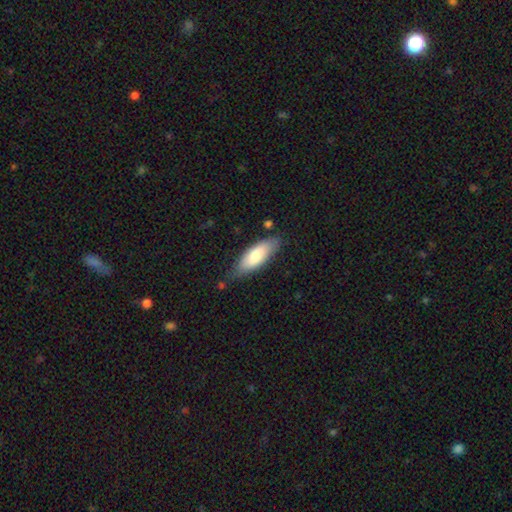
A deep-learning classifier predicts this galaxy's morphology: This is likely a smooth galaxy (76%). How rounded: likely in between (65%). Merging: likely none (73%).